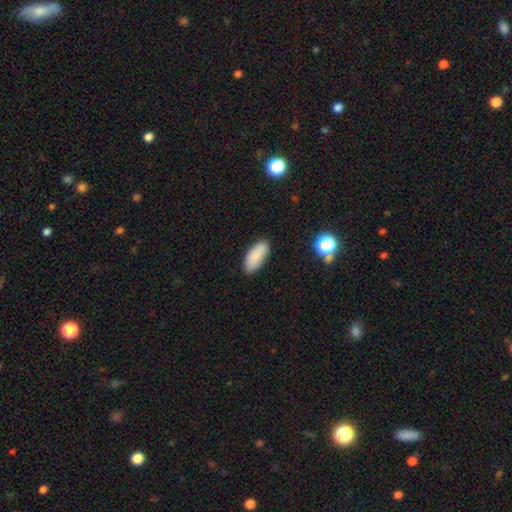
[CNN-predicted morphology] This is clearly a smooth galaxy (87%). How rounded: clearly in between (84%). Merging: clearly none (85%).